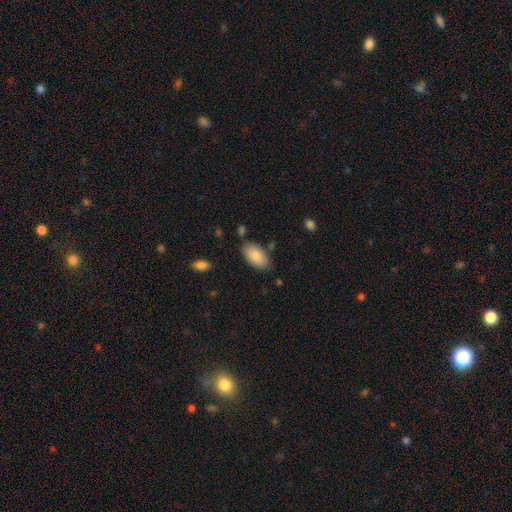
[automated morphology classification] This appears to be a smooth galaxy with no disk features (84%) that is in between round and cigar-shaped (95%). Merging: none (80%).